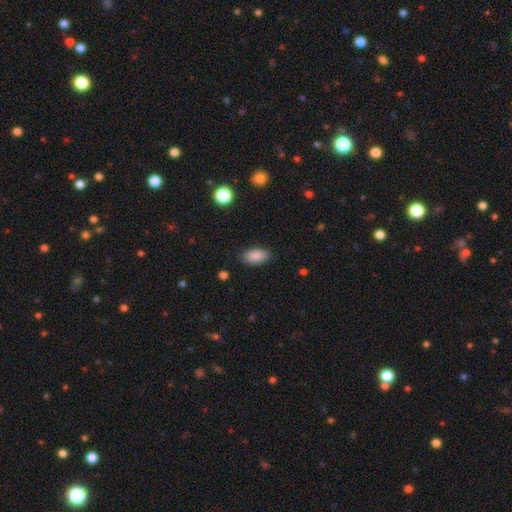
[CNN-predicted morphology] Smooth or featured? smooth (88%)
How rounded? in between (92%)
Merging? none (85%)